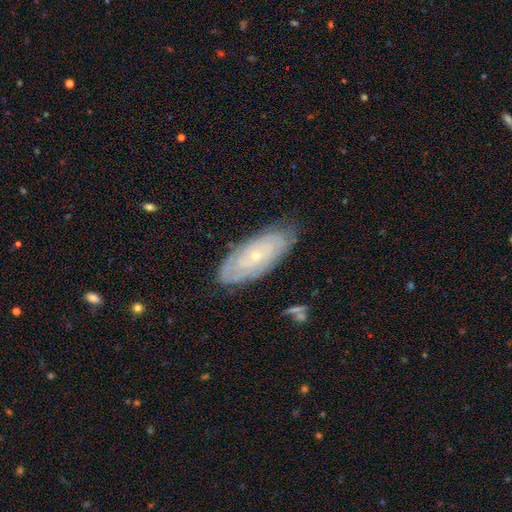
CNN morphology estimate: Smooth or featured: featured or disk — 72% (smooth — 21%)
Edge-on disk: no — 90% (yes — 10%)
Bar: no — 80% (weak — 16%)
Spiral arms: yes — 84% (no — 16%)
Spiral winding: tight — 80% (medium — 16%)
Spiral arm count: can't tell — 59% (2 — 17%)
Bulge size: small — 79% (moderate — 18%)
Merging: none — 78% (minor disturbance — 17%)